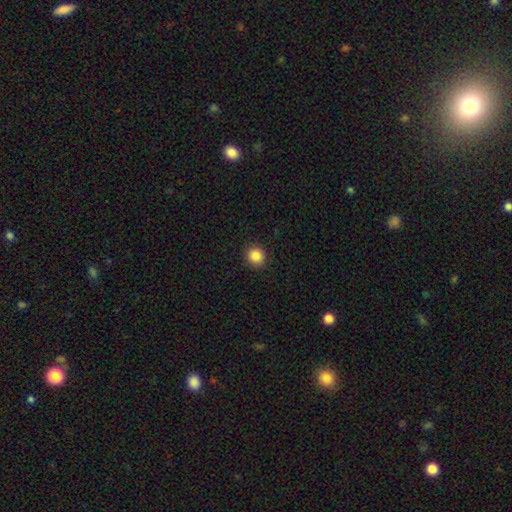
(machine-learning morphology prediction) type=smooth (86%); roundness=round (92%); merging=none (92%).